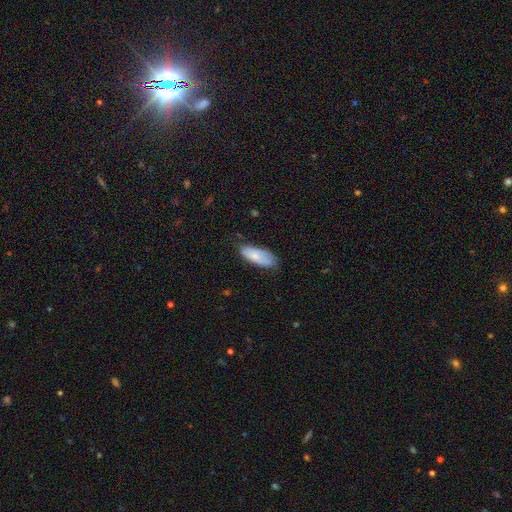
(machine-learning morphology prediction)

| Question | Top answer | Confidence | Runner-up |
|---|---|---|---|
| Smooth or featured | smooth | 75% | featured or disk (19%) |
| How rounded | in between | 79% | cigar-shaped (19%) |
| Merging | none | 64% | minor disturbance (29%) |